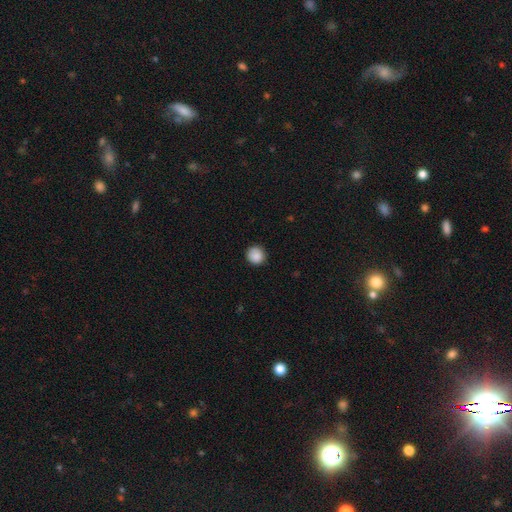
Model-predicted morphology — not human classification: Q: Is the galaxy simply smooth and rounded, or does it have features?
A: smooth — 88%.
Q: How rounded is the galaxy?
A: round — 92%.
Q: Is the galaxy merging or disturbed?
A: none — 87%.